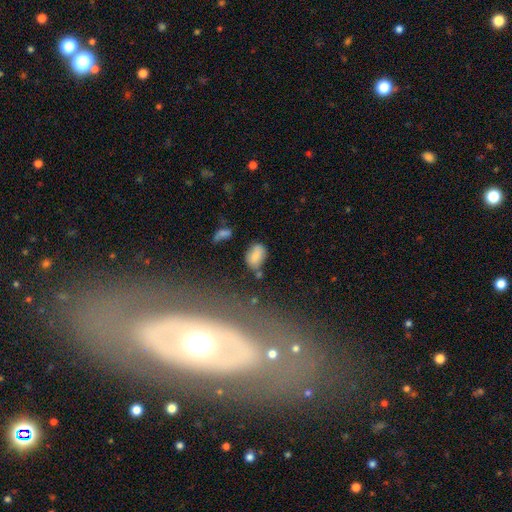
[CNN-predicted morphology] Smooth or featured: smooth — 77% (featured or disk — 13%)
How rounded: in between — 84% (round — 14%)
Merging: none — 65% (minor disturbance — 21%)